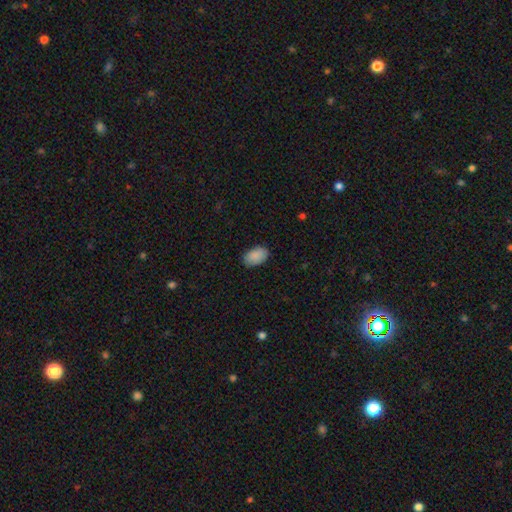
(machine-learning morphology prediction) smooth 90%, star or artifact 7%, featured or disk 4%. Down the decision tree: how rounded — in between (93%); merging — none (86%).